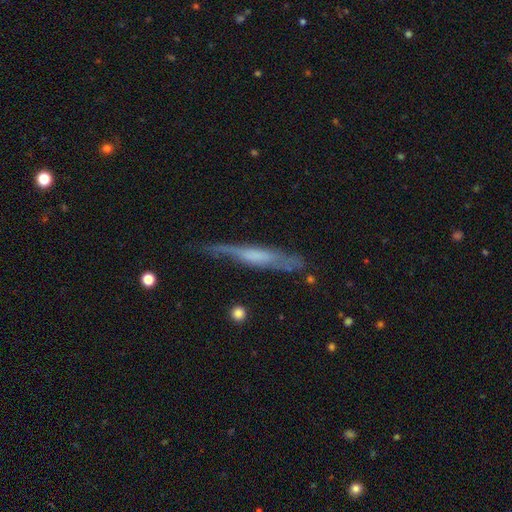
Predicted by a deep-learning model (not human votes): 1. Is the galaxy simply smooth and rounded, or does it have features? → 58% featured or disk, 35% smooth, 7% star or artifact.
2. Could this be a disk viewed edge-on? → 82% yes, 18% no.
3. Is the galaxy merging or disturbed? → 59% none, 28% minor disturbance, 10% major disturbance, 3% merger.